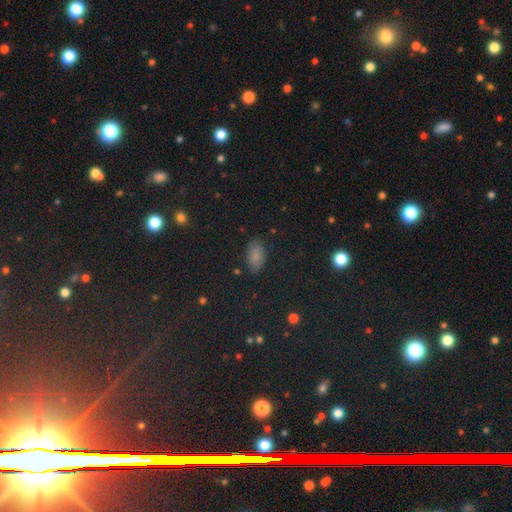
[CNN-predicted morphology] This is likely a smooth galaxy (75%). How rounded: clearly in between (93%). Merging: clearly none (82%).